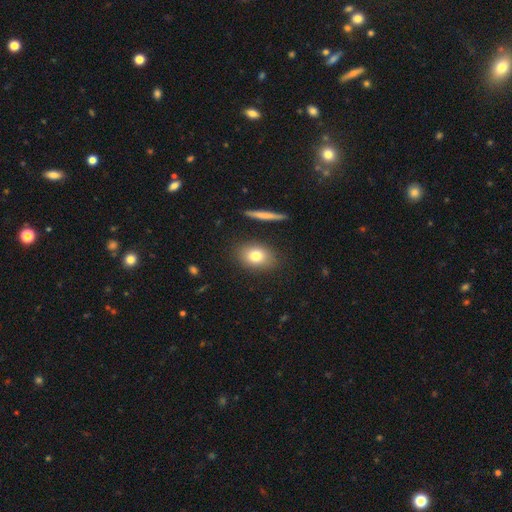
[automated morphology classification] smooth 77%, featured or disk 13%, star or artifact 9%. Down the decision tree: how rounded — in between (69%); merging — none (85%).